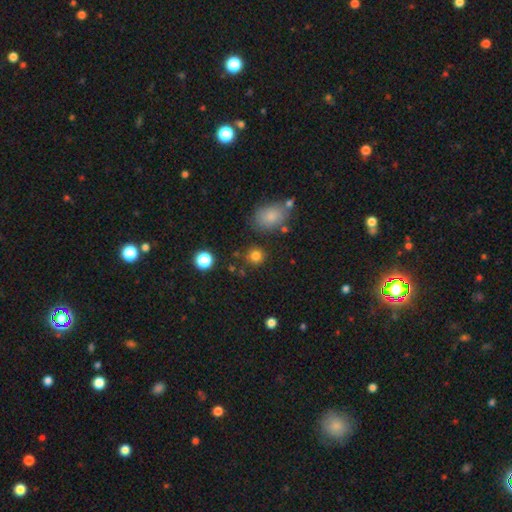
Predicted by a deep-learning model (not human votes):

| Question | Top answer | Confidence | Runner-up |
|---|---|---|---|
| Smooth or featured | smooth | 81% | star or artifact (14%) |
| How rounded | round | 86% | in between (12%) |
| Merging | none | 81% | minor disturbance (10%) |